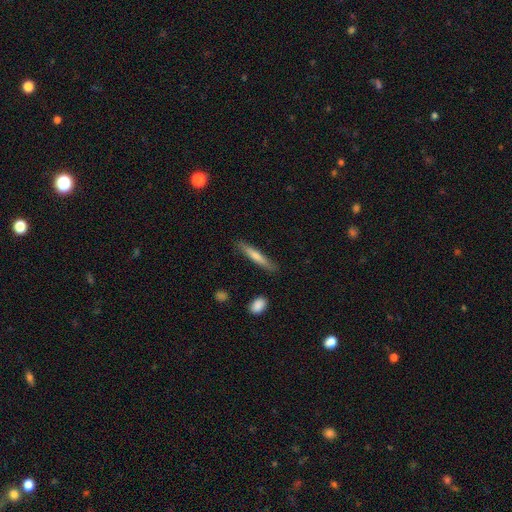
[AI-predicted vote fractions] Morphology: type=smooth (62%); roundness=cigar-shaped (92%); merging=none (87%).